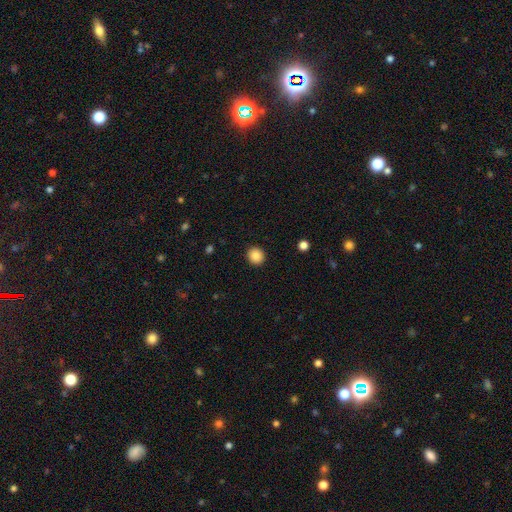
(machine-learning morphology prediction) The model was most divided on "how rounded": round: 88%, in between: 11%, cigar-shaped: 1%. More confident: merging — none (92%); smooth or featured — smooth (88%).